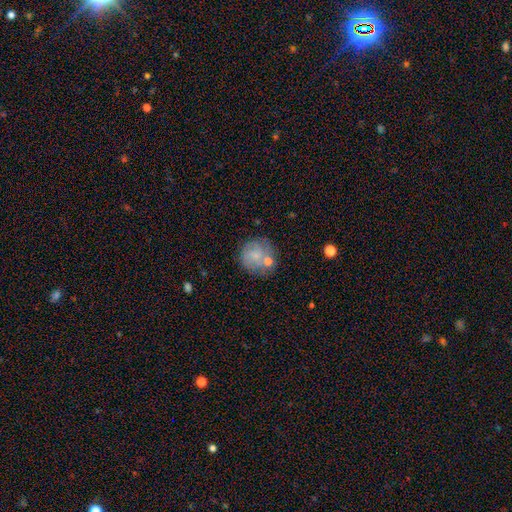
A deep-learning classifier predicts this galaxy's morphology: A smooth galaxy with no disk features (67%) that is round (90%). Merging: none (62%).